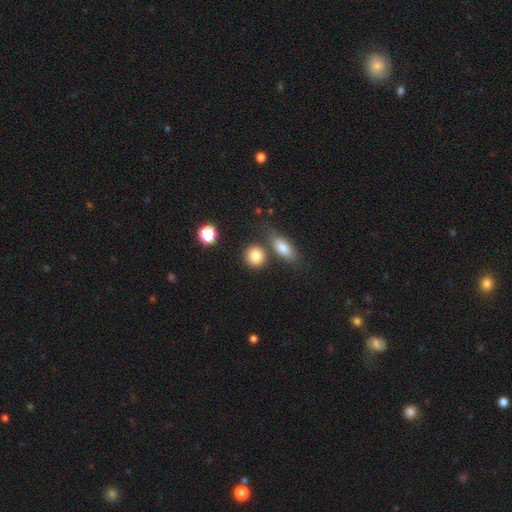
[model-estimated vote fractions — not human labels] Q: Smooth or featured?
A: smooth (83%); runner-up: star or artifact (10%)
Q: How rounded?
A: round (79%); runner-up: in between (19%)
Q: Merging?
A: none (69%); runner-up: merger (16%)